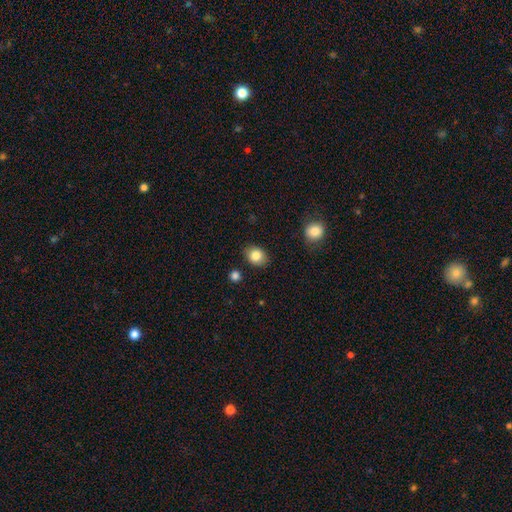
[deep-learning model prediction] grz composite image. It shows a smooth galaxy with no disk features (84%) that is in between round and cigar-shaped (53%). Merging: none (86%).